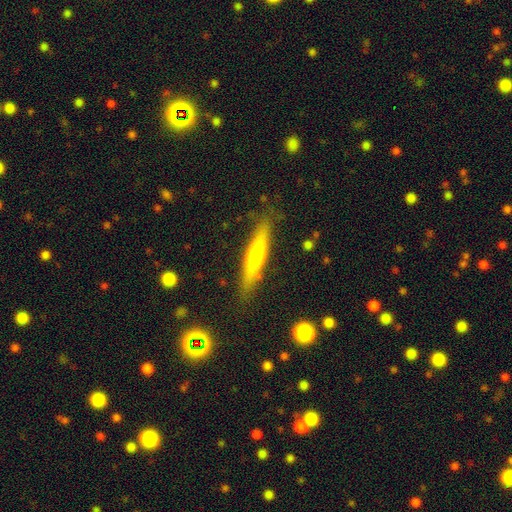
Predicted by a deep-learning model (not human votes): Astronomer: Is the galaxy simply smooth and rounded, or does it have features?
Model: smooth — 47% (runner-up: featured or disk, 46%).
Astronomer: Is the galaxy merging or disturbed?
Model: none — 85%.